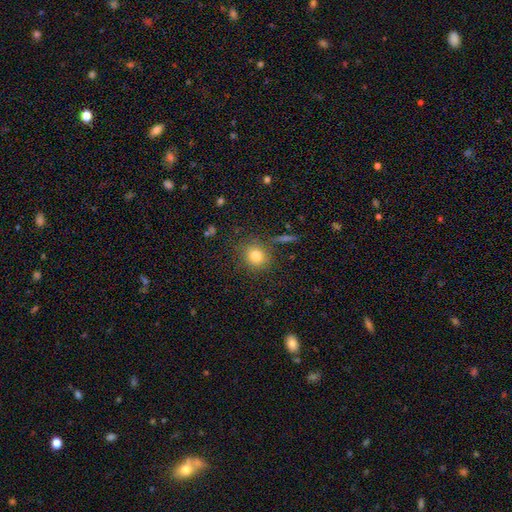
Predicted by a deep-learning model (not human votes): Morphology: type=smooth (80%); roundness=round (79%); merging=none (82%).